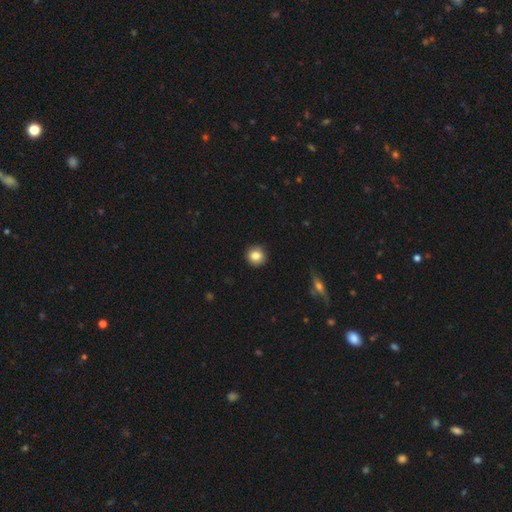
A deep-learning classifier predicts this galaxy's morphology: This is clearly a smooth galaxy (83%). How rounded: clearly round (93%). Merging: clearly none (90%).